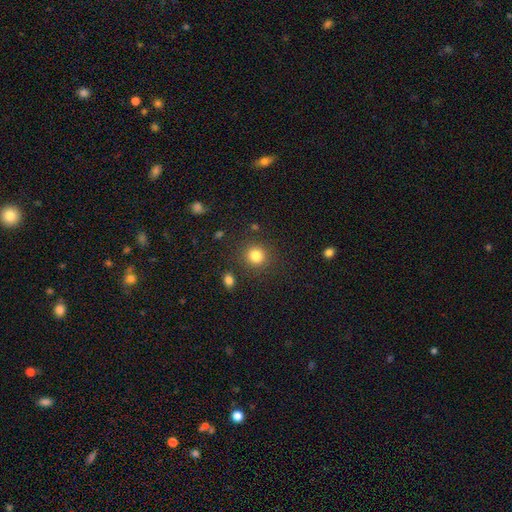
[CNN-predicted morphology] Overall: smooth (84%). How rounded: round (87%). Merging: none (85%).